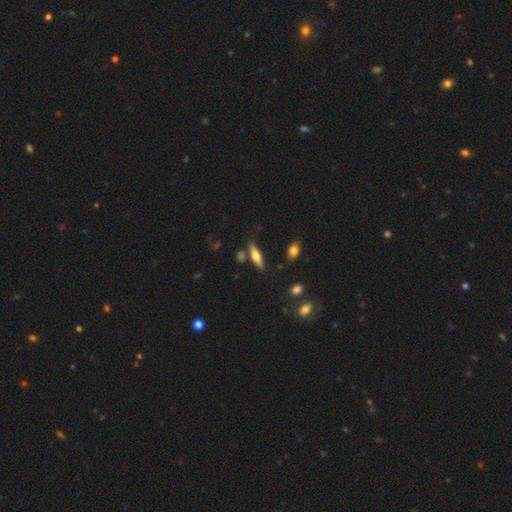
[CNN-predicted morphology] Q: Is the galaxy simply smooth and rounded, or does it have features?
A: smooth — 47%.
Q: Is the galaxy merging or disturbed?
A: none — 78%.